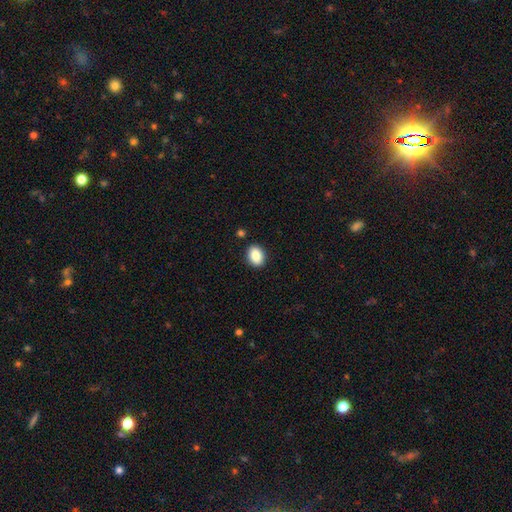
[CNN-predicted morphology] A smooth galaxy with no disk features (87%) that is in between round and cigar-shaped (66%).

Vote fractions:
- Smooth or featured? smooth: 87% / star or artifact: 8% / featured or disk: 5%
- How rounded? in between: 66% / round: 33% / cigar-shaped: 1%
- Merging? none: 90% / minor disturbance: 7% / major disturbance: 2% / merger: 2%